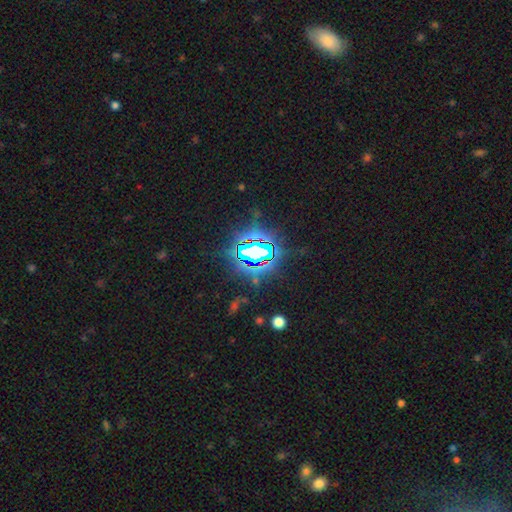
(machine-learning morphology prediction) A star or artifact, not a galaxy (77%).

Vote fractions:
- Smooth or featured? star or artifact: 77% / smooth: 12% / featured or disk: 11%